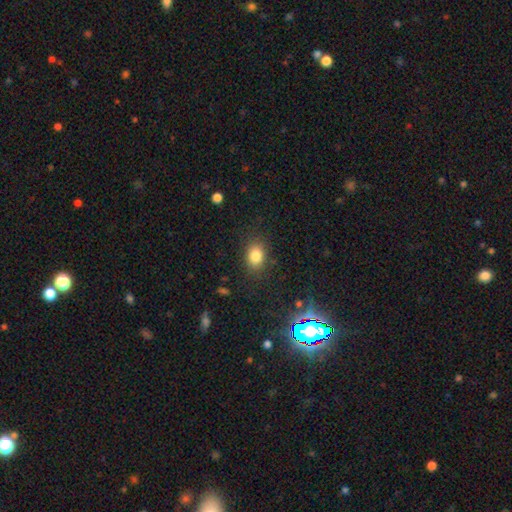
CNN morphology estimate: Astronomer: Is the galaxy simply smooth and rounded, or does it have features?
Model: smooth — 82%.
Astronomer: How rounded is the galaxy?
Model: in between — 67%.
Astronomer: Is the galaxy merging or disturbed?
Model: none — 84%.